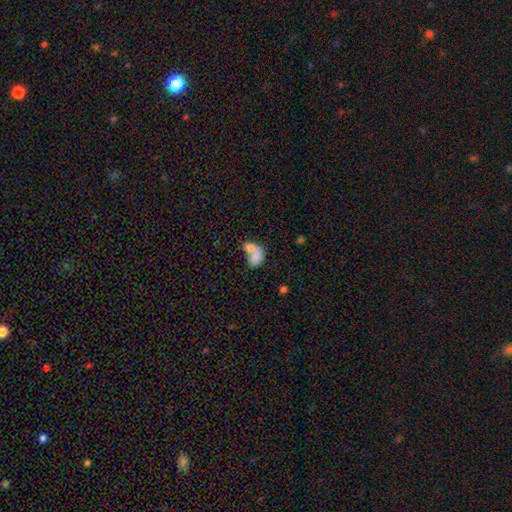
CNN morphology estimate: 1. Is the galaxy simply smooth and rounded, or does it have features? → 78% smooth, 13% featured or disk, 8% star or artifact.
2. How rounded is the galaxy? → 84% in between, 15% round, 2% cigar-shaped.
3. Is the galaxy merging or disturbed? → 69% merger, 18% none, 7% minor disturbance, 5% major disturbance.